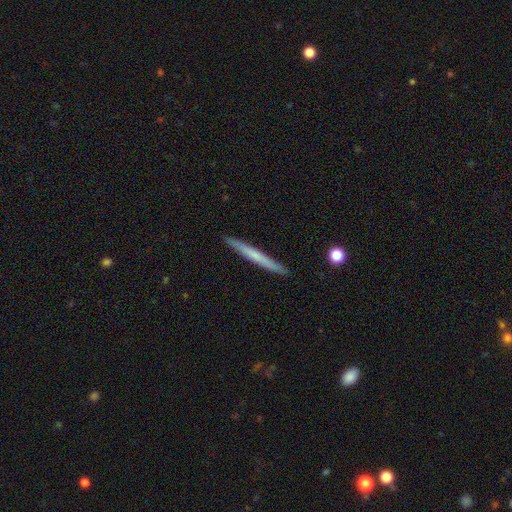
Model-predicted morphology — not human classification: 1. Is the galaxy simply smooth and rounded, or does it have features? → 49% smooth, 45% featured or disk, 6% star or artifact.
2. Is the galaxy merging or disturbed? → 92% none, 6% minor disturbance, 1% major disturbance, 1% merger.